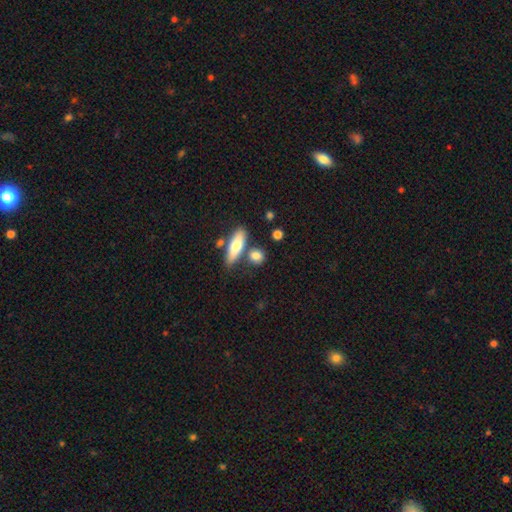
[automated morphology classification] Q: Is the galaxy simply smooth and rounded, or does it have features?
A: smooth — 78%.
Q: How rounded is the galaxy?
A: in between — 42%.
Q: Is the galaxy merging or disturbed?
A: none — 67%.